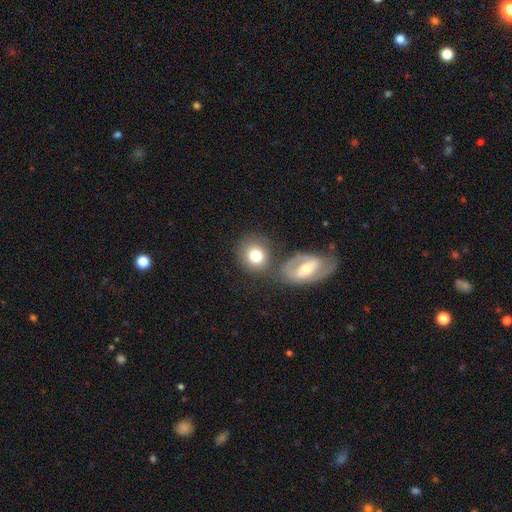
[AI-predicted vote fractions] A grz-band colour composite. It shows a smooth galaxy with no disk features (72%) that is round (73%). Merging: none (54%).